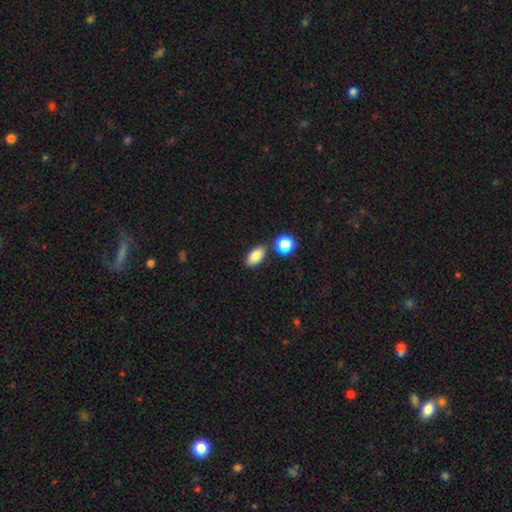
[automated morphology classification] This is clearly a smooth galaxy (85%). How rounded: clearly in between (89%). Merging: likely none (79%).